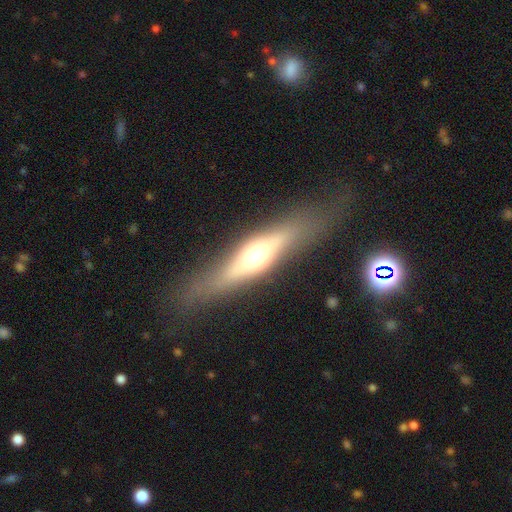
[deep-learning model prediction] Q: Smooth or featured?
A: featured or disk (55%); runner-up: smooth (37%)
Q: Edge-on disk?
A: yes (84%); runner-up: no (16%)
Q: Merging?
A: none (80%); runner-up: minor disturbance (13%)